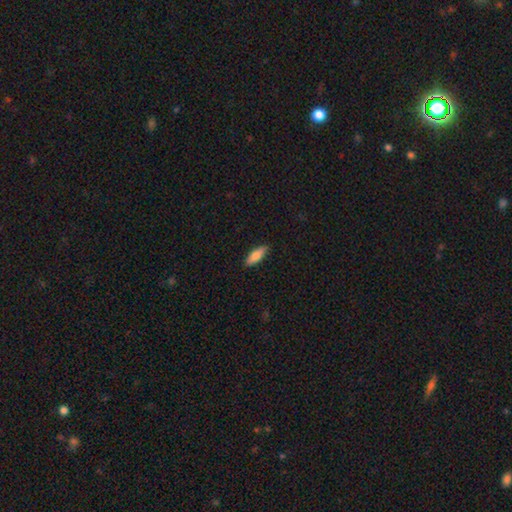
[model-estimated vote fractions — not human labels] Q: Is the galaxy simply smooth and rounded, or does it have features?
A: smooth — 79%.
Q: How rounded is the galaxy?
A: in between — 57%.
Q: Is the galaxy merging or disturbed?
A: none — 88%.